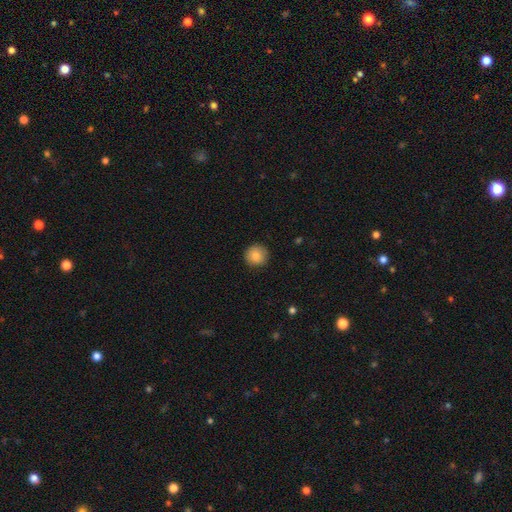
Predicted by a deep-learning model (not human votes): This is clearly a smooth galaxy (86%). How rounded: clearly round (94%). Merging: clearly none (90%).